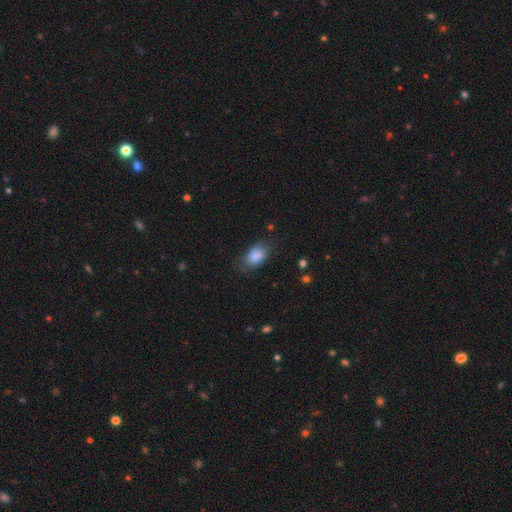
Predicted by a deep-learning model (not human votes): This is clearly a smooth galaxy (86%). How rounded: clearly in between (86%). Merging: likely none (66%).